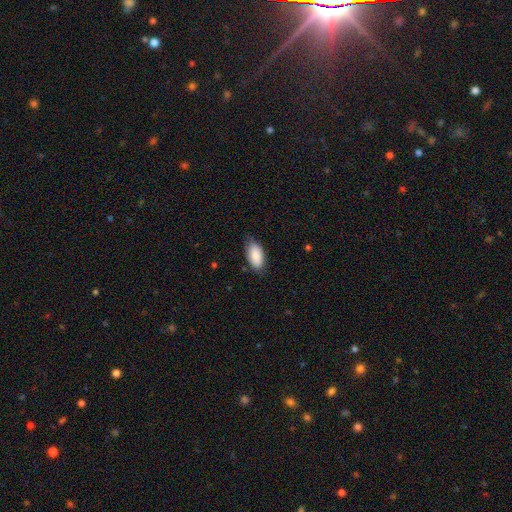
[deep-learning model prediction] This is clearly a smooth galaxy (86%). How rounded: clearly in between (94%). Merging: likely none (76%).